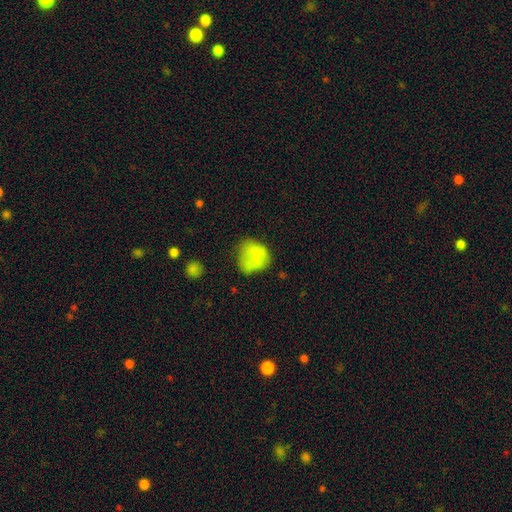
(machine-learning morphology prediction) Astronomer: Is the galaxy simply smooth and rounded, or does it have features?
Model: smooth — 70%.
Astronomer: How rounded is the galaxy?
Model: round — 57% (runner-up: in between, 42%).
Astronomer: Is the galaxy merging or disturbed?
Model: none — 36% (runner-up: minor disturbance, 30%).